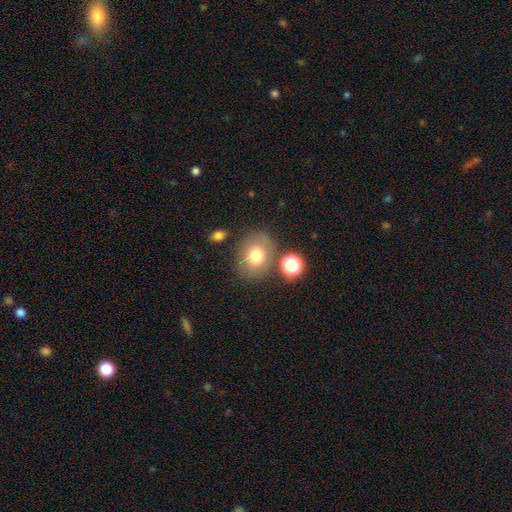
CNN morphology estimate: smooth-or-featured: smooth: 74% | featured or disk: 15% | star or artifact: 11%
  how-rounded: round: 52% | in between: 47% | cigar-shaped: 1%
  merging: none: 72% | minor disturbance: 15% | merger: 8% | major disturbance: 5%